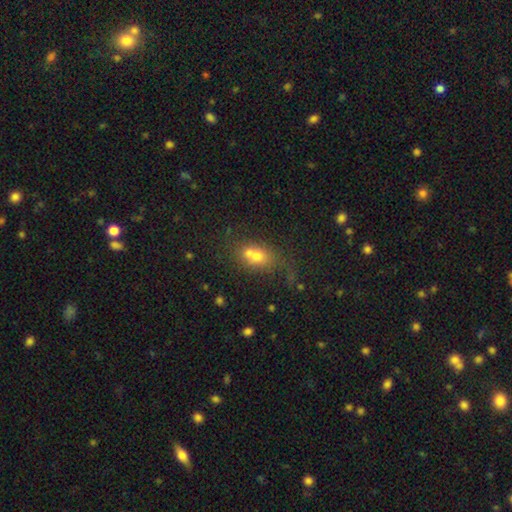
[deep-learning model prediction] smooth-or-featured: smooth: 64% | featured or disk: 21% | star or artifact: 15%
  how-rounded: in between: 55% | round: 42% | cigar-shaped: 3%
  merging: merger: 53% | none: 30% | minor disturbance: 10% | major disturbance: 6%